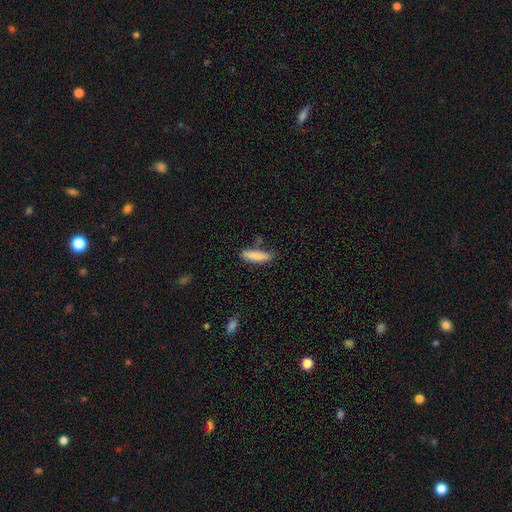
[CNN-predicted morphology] smooth 85%, featured or disk 9%, star or artifact 6%. Down the decision tree: how rounded — cigar-shaped (76%); merging — none (76%).